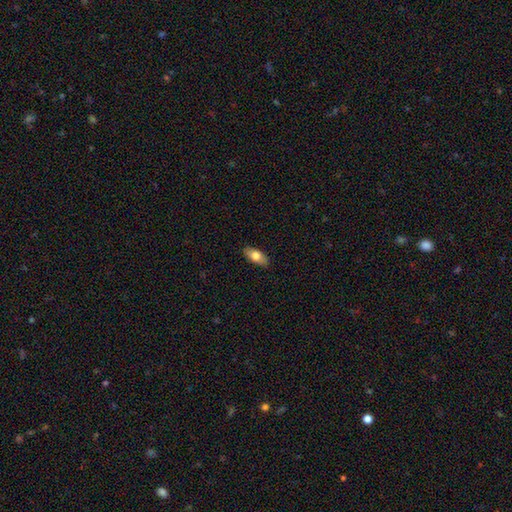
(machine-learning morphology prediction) A smooth galaxy with no disk features (73%) that is in between round and cigar-shaped (86%).

Vote fractions:
- Smooth or featured? smooth: 73% / featured or disk: 21% / star or artifact: 6%
- How rounded? in between: 86% / cigar-shaped: 10% / round: 3%
- Merging? none: 88% / minor disturbance: 9% / major disturbance: 2% / merger: 1%